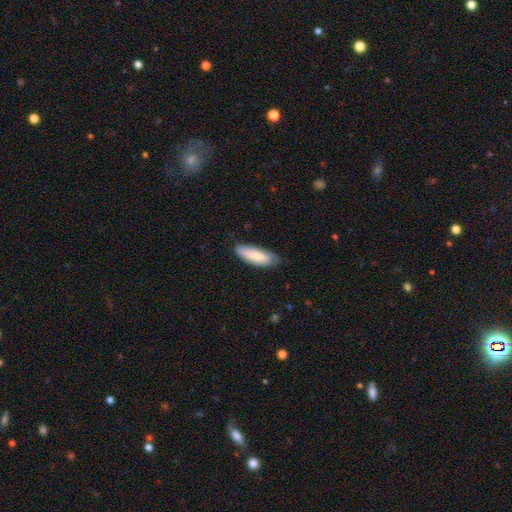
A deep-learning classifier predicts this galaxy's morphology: This appears to be a smooth galaxy with no disk features (77%) that is in between round and cigar-shaped (62%). Merging: none (73%).